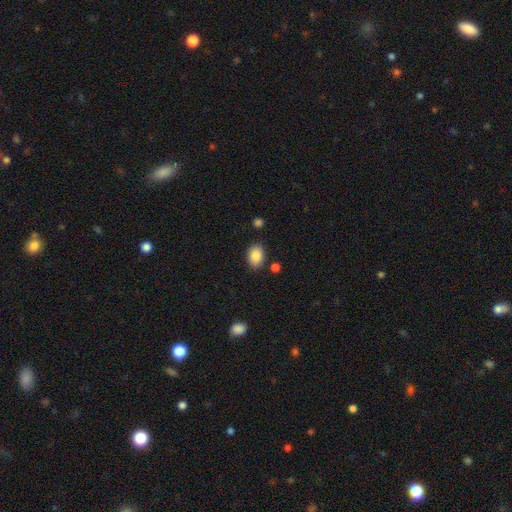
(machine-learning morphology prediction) Smooth or featured? smooth (87%)
How rounded? in between (81%)
Merging? none (82%)